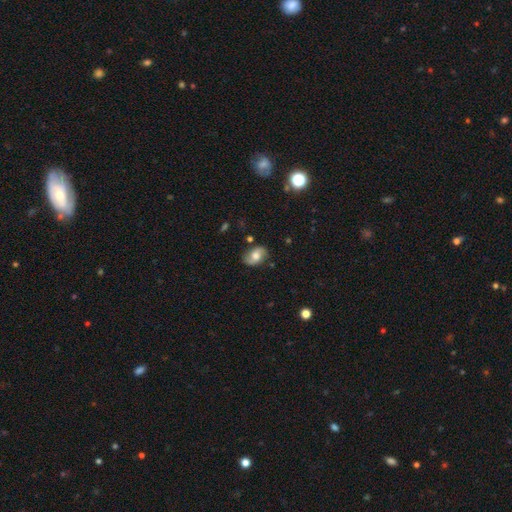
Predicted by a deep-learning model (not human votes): Smooth or featured? smooth (46%, tied with featured or disk)
Merging? none (76%)